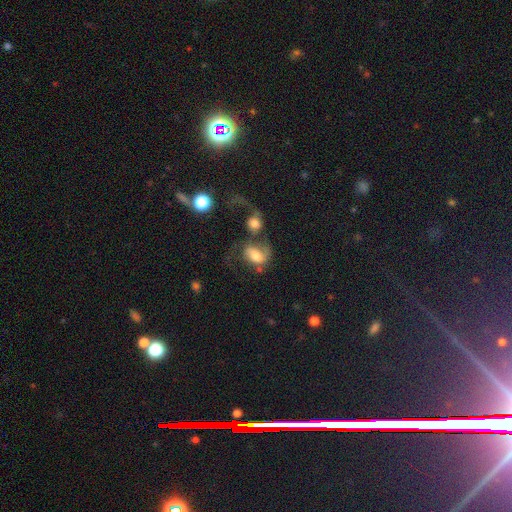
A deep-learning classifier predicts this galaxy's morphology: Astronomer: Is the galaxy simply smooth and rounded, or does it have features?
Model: smooth — 48% (runner-up: featured or disk, 42%).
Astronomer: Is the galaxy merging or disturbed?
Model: merger — 43% (runner-up: major disturbance, 23%).